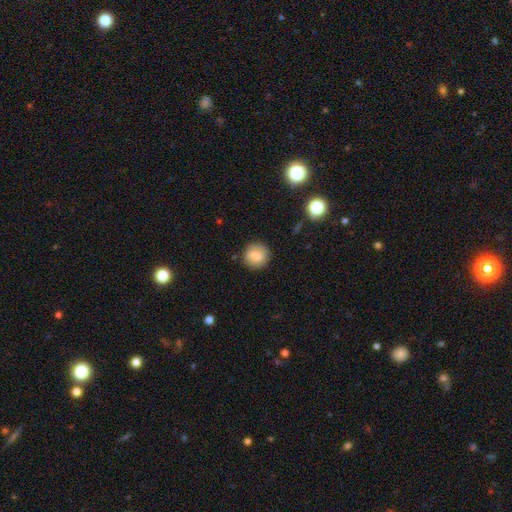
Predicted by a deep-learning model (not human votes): The model was most divided on "smooth or featured": smooth: 77%, featured or disk: 14%, star or artifact: 9%. More confident: how rounded — round (87%); merging — none (87%).